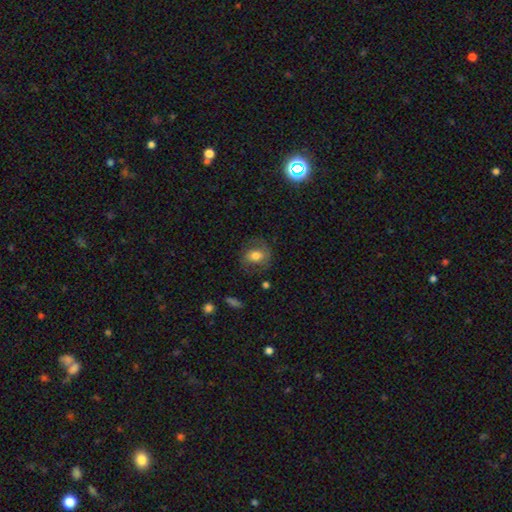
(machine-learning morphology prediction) Smooth or featured: smooth — 50% (featured or disk — 41%)
How rounded: round — 52% (in between — 47%)
Merging: none — 68% (minor disturbance — 19%)